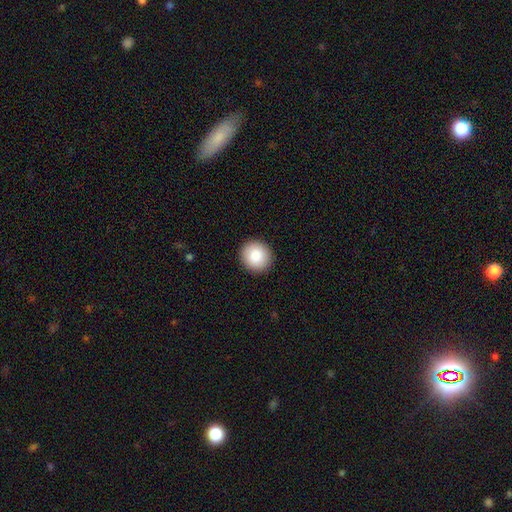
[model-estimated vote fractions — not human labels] Morphology: type=smooth (88%); roundness=round (92%); merging=none (92%).